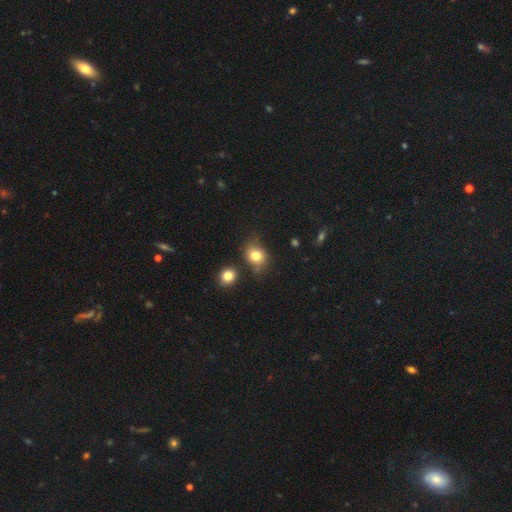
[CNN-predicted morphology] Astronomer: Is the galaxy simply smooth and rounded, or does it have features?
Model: smooth — 77%.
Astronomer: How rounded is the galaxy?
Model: round — 56% (runner-up: in between, 43%).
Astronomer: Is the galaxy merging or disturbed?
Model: none — 66%.